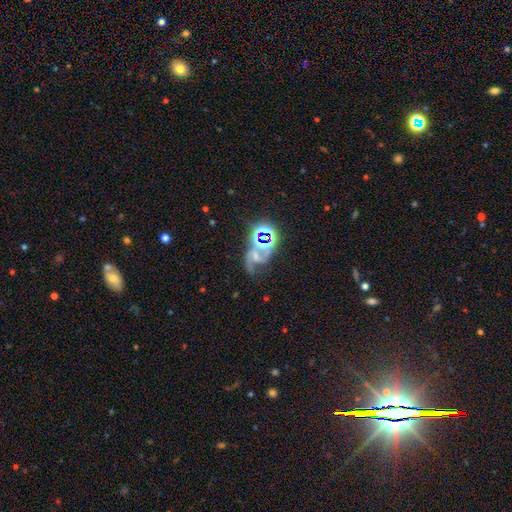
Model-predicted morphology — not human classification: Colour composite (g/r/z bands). It shows a star or artifact, not a galaxy (43%).